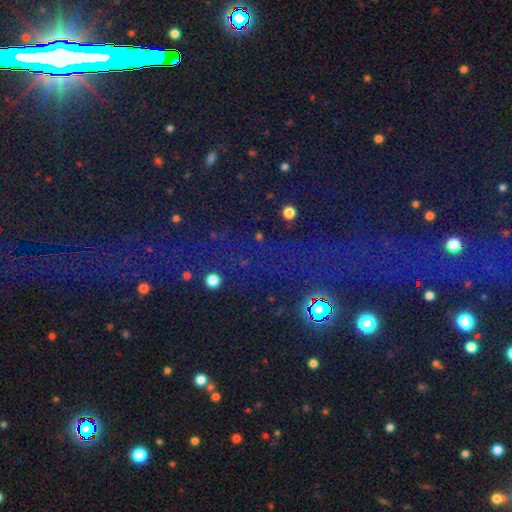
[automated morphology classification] Smooth or featured? star or artifact (77%)